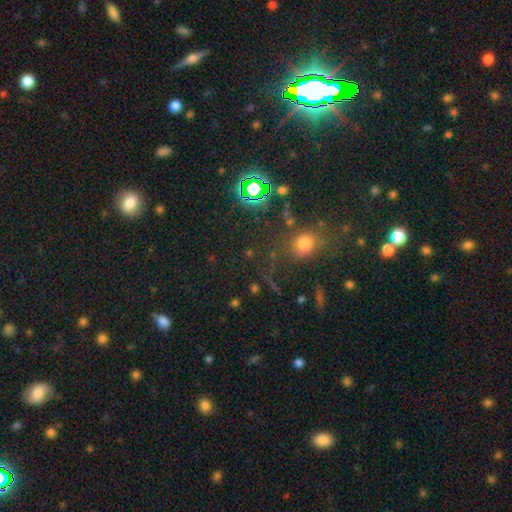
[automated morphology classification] type=star or artifact (64%).